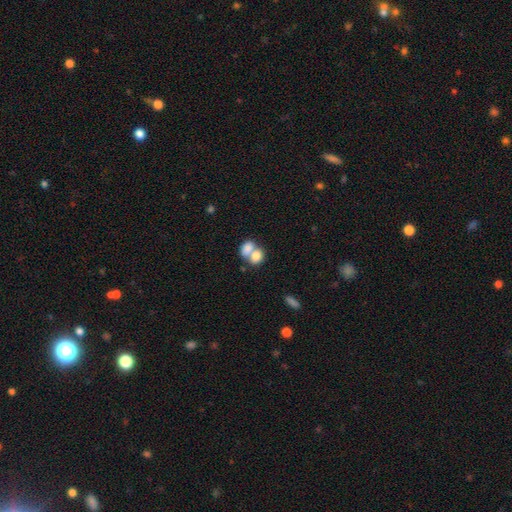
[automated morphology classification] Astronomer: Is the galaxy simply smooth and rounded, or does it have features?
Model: smooth — 78%.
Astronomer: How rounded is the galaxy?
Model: in between — 68%.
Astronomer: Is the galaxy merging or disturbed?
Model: merger — 70%.